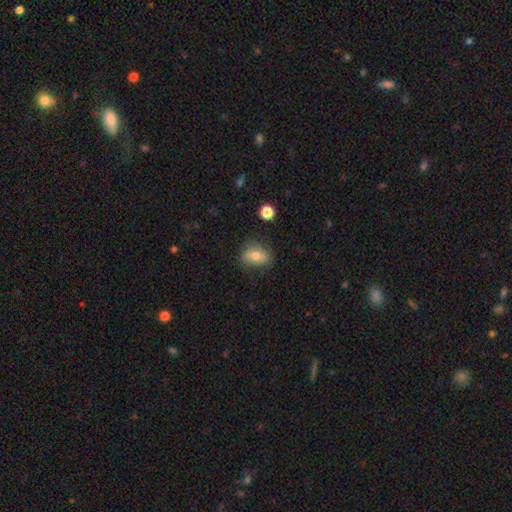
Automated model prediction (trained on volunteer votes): smooth 73%, featured or disk 17%, star or artifact 10%. Down the decision tree: how rounded — in between (67%); merging — none (68%).